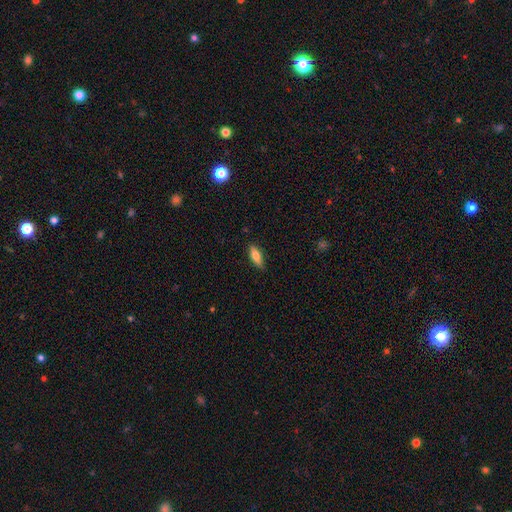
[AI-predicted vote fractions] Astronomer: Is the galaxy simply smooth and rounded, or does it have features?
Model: smooth — 71%.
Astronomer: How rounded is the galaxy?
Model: in between — 64%.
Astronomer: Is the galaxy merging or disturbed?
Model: none — 84%.